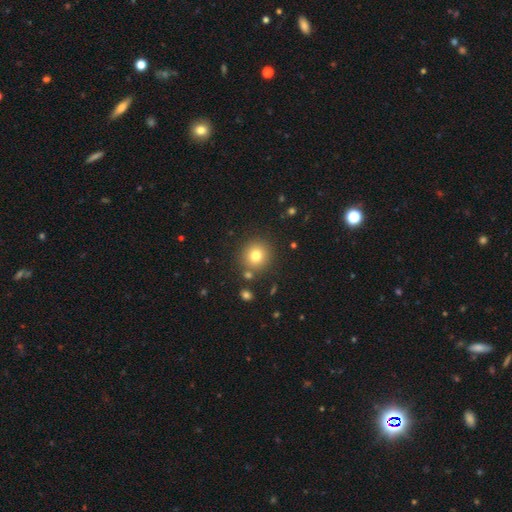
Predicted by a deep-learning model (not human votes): Smooth or featured?
  - smooth: 78% *
  - star or artifact: 13%
  - featured or disk: 10%
How rounded?
  - round: 92% *
  - in between: 7%
  - cigar-shaped: 1%
Merging?
  - none: 84% *
  - minor disturbance: 7%
  - merger: 6%
  - major disturbance: 3%